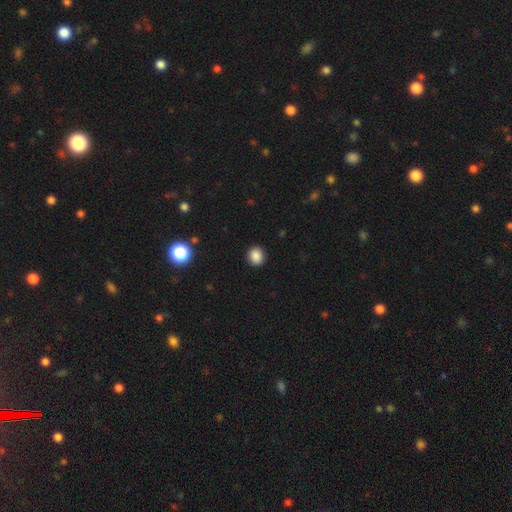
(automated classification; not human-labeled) smooth 86%, star or artifact 11%, featured or disk 3%. Down the decision tree: how rounded — round (84%); merging — none (91%).